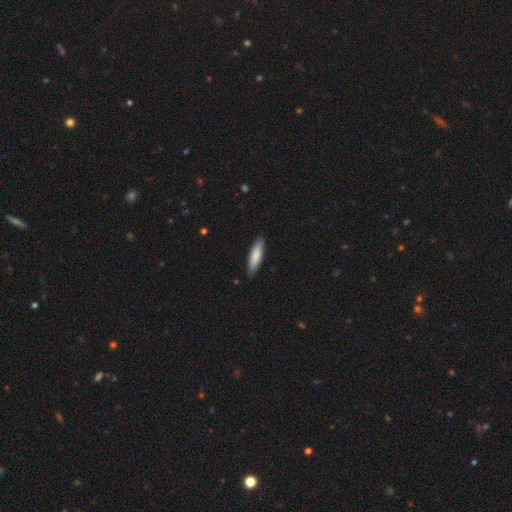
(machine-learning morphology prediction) Q: Smooth or featured?
A: smooth (84%); runner-up: featured or disk (11%)
Q: How rounded?
A: cigar-shaped (68%); runner-up: in between (31%)
Q: Merging?
A: none (86%); runner-up: minor disturbance (11%)